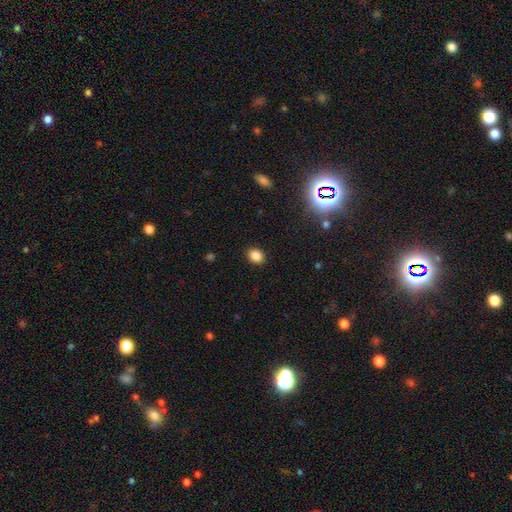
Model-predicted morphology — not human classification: Smooth or featured: smooth — 86% (star or artifact — 11%)
How rounded: round — 54% (in between — 45%)
Merging: none — 89% (minor disturbance — 7%)